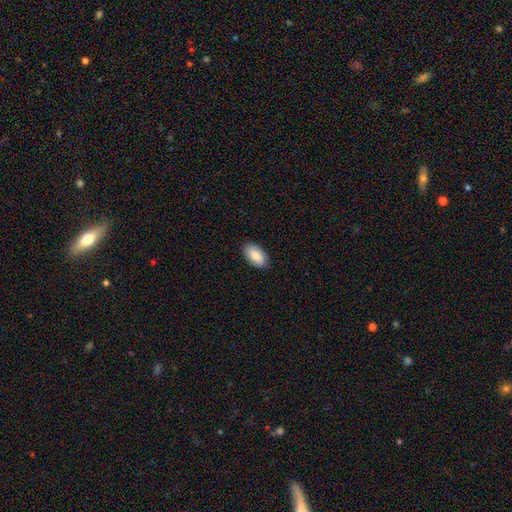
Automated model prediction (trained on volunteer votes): smooth_or_featured: smooth (p=0.85) [alt: featured or disk p=0.09]
how_rounded: in between (p=0.95) [alt: round p=0.03]
merging: none (p=0.87) [alt: minor disturbance p=0.10]